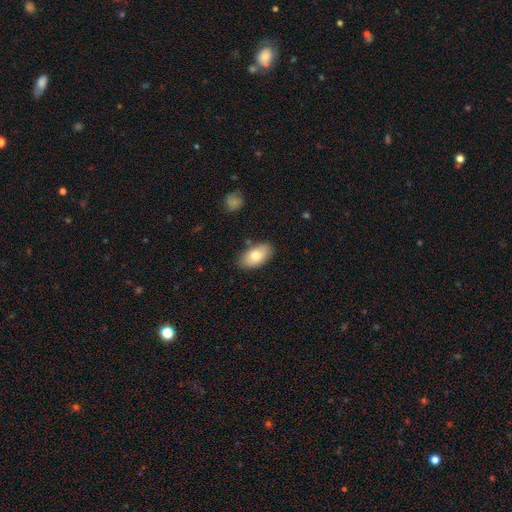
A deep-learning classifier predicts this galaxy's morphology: Smooth or featured? Predicted: smooth (p=0.76). How rounded? Predicted: in between (p=0.94). Merging? Predicted: none (p=0.82).